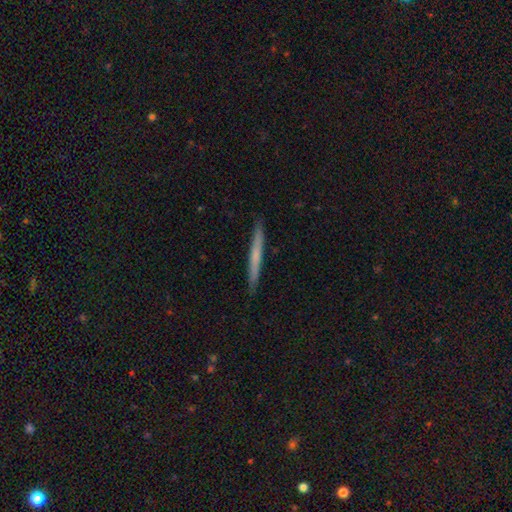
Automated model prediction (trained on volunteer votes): smooth_or_featured: smooth (p=0.55) [alt: featured or disk p=0.39]
how_rounded: cigar-shaped (p=0.97) [alt: in between p=0.02]
merging: none (p=0.92) [alt: minor disturbance p=0.06]